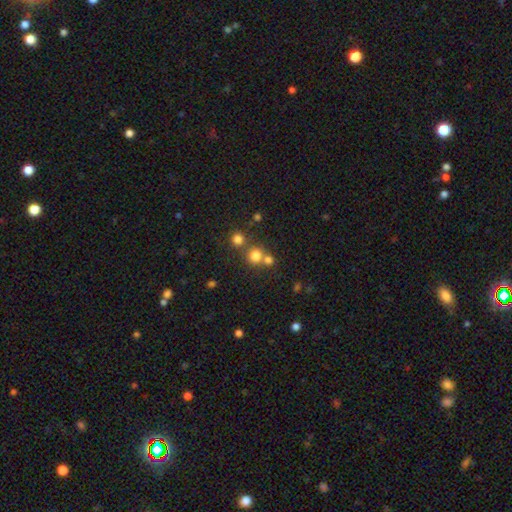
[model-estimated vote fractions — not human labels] This is likely a smooth galaxy (75%). How rounded: clearly round (90%). Merging: likely none (60%).